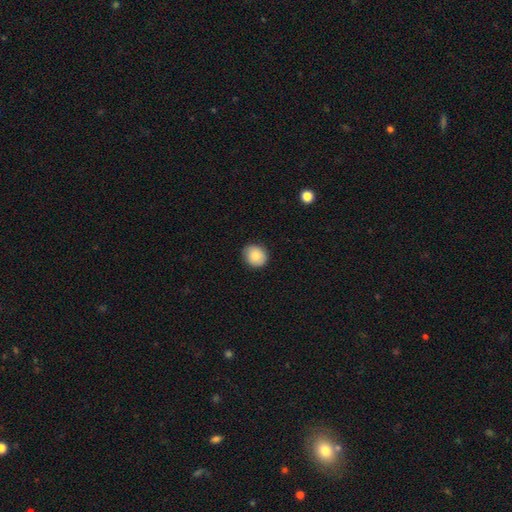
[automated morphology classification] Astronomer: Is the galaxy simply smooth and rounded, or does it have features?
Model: smooth — 84%.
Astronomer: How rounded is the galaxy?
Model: round — 76%.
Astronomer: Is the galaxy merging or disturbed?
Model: none — 87%.